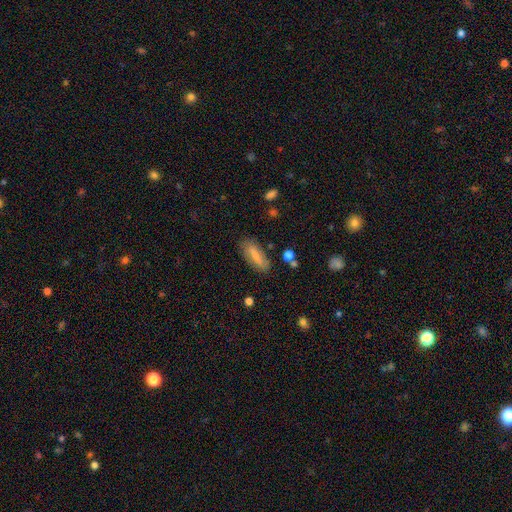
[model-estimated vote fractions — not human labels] Q: Smooth or featured?
A: smooth (71%); runner-up: featured or disk (22%)
Q: How rounded?
A: in between (57%); runner-up: cigar-shaped (41%)
Q: Merging?
A: none (80%); runner-up: minor disturbance (14%)